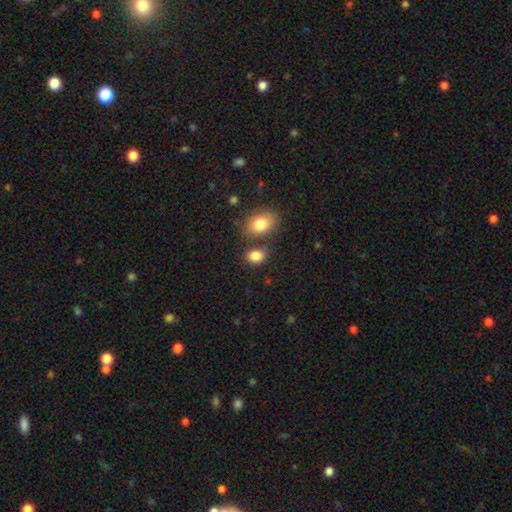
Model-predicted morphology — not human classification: smooth-or-featured: smooth: 84% | star or artifact: 9% | featured or disk: 7%
  how-rounded: in between: 65% | round: 33% | cigar-shaped: 1%
  merging: none: 66% | merger: 18% | minor disturbance: 12% | major disturbance: 4%